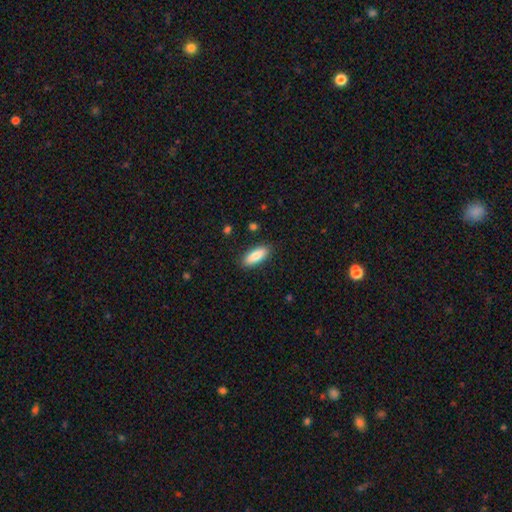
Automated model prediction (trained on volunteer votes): Smooth or featured?
  - smooth: 82% *
  - featured or disk: 12%
  - star or artifact: 6%
How rounded?
  - in between: 73% *
  - cigar-shaped: 25%
  - round: 2%
Merging?
  - none: 88% *
  - minor disturbance: 9%
  - major disturbance: 2%
  - merger: 1%